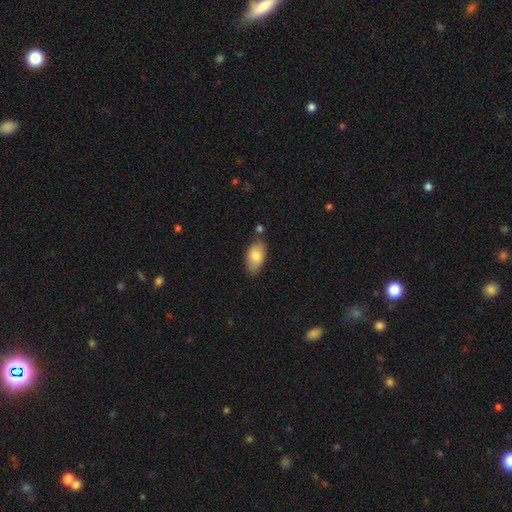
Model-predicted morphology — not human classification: Smooth or featured? Predicted: smooth (p=0.81). How rounded? Predicted: in between (p=0.93). Merging? Predicted: none (p=0.72).